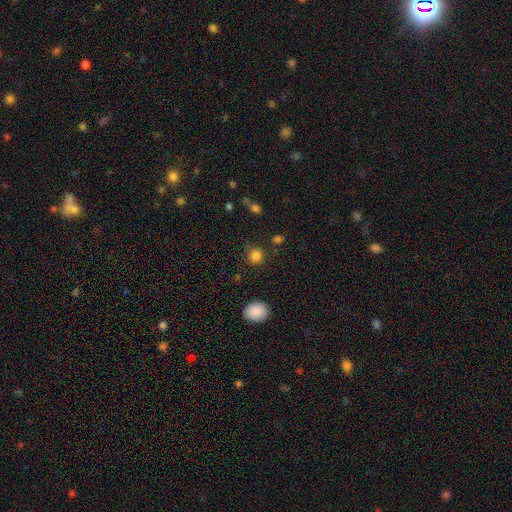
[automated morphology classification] This is clearly a smooth galaxy (84%). How rounded: clearly round (87%). Merging: clearly none (83%).